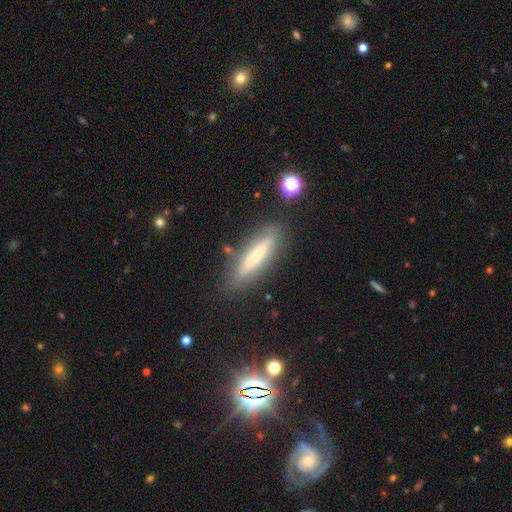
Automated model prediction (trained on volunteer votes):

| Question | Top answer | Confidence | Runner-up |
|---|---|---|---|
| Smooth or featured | smooth | 57% | featured or disk (34%) |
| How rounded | cigar-shaped | 81% | in between (17%) |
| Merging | none | 83% | minor disturbance (11%) |